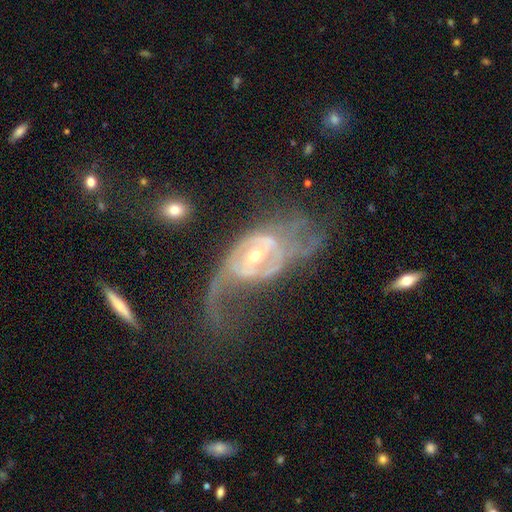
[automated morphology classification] featured or disk 83%, smooth 10%, star or artifact 7%. Down the decision tree: edge-on disk — no (94%); bar — no (44%); spiral arms — yes (78%); spiral arm count — 2 (52%); spiral winding — loose (45%); bulge size — moderate (52%); merging — major disturbance (58%).